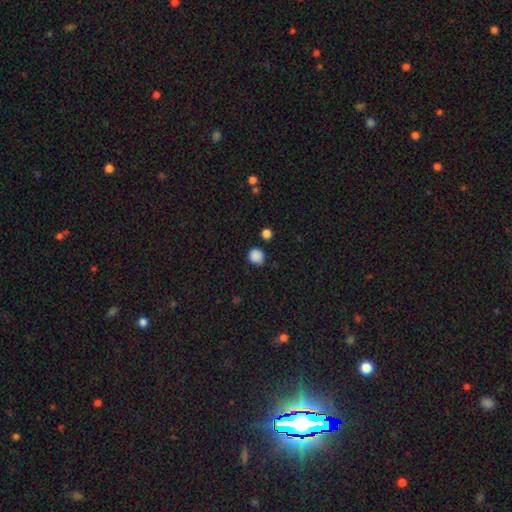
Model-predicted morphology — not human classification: smooth_or_featured: smooth (p=0.86) [alt: star or artifact p=0.11]
how_rounded: round (p=0.87) [alt: in between p=0.12]
merging: none (p=0.78) [alt: minor disturbance p=0.15]